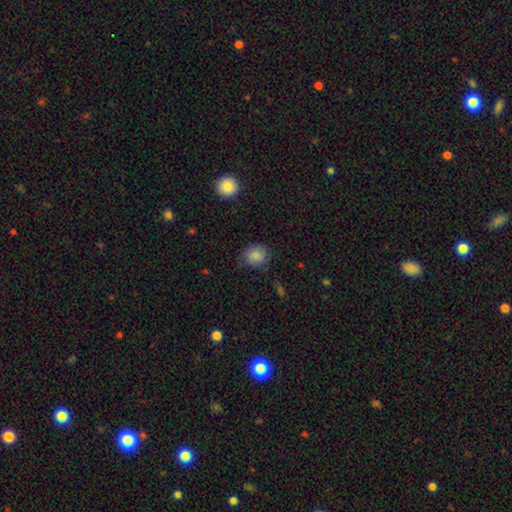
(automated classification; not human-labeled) A smooth galaxy with no disk features (85%) that is round (76%). Merging: none (73%).